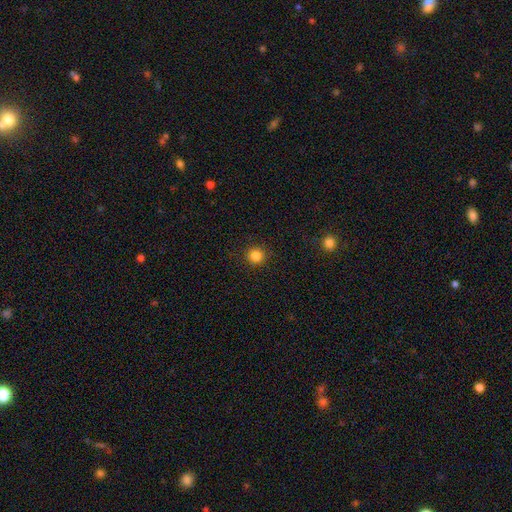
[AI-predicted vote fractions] Smooth or featured: smooth — 84% (star or artifact — 12%)
How rounded: round — 94% (in between — 5%)
Merging: none — 92% (minor disturbance — 5%)